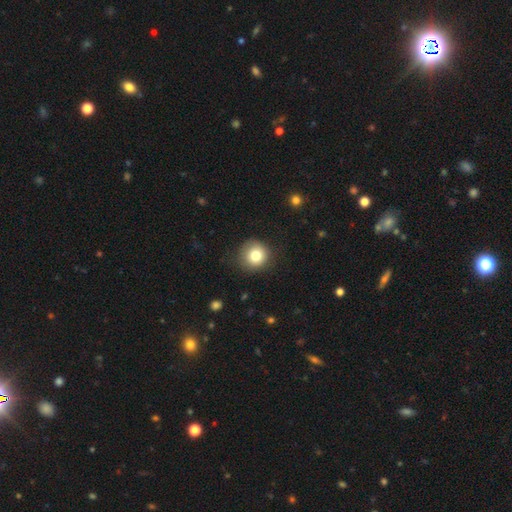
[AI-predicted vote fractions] smooth_or_featured: smooth (p=0.79) [alt: star or artifact p=0.11]
how_rounded: round (p=0.92) [alt: in between p=0.07]
merging: none (p=0.85) [alt: minor disturbance p=0.11]